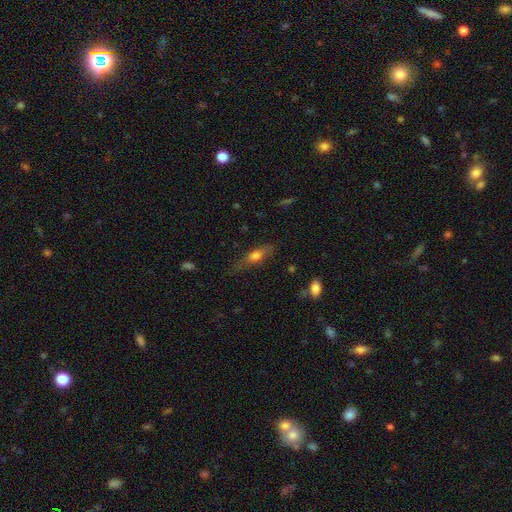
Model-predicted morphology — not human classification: Smooth or featured? smooth (63%)
How rounded? cigar-shaped (48%)
Merging? none (67%)